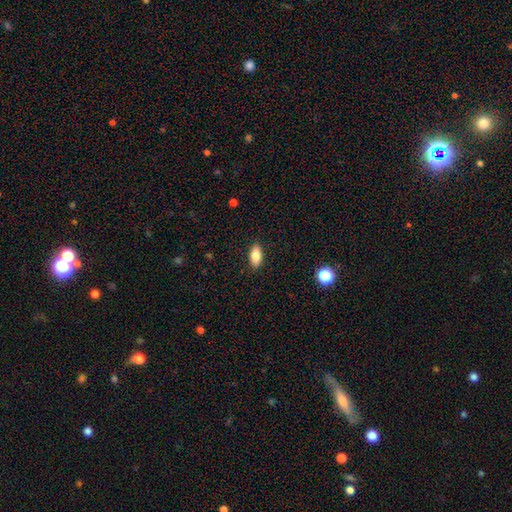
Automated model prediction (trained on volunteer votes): Smooth or featured? Predicted: smooth (p=0.81). How rounded? Predicted: in between (p=0.87). Merging? Predicted: none (p=0.90).